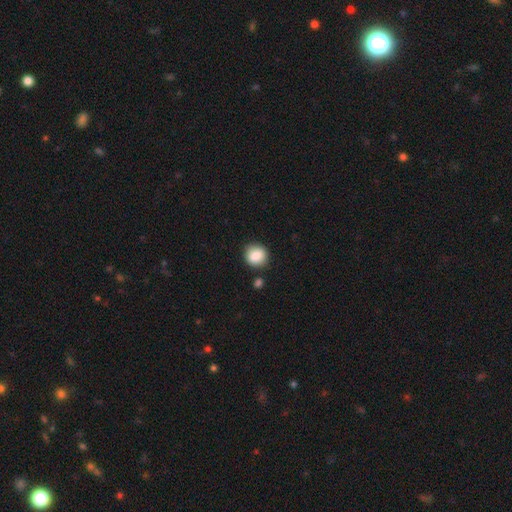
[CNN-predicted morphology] Q: Smooth or featured?
A: smooth (87%); runner-up: star or artifact (8%)
Q: How rounded?
A: round (85%); runner-up: in between (14%)
Q: Merging?
A: none (84%); runner-up: minor disturbance (9%)